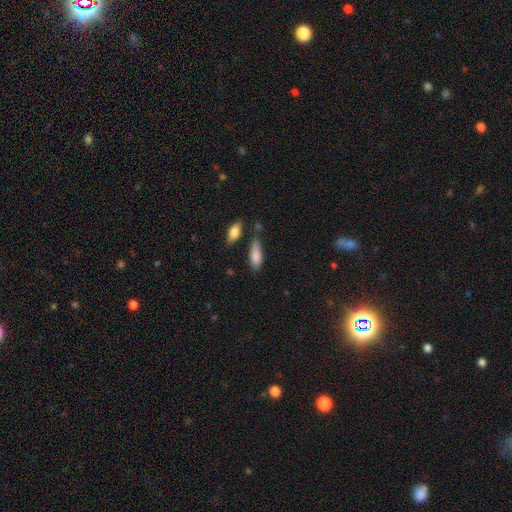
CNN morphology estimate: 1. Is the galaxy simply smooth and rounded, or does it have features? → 85% smooth, 9% featured or disk, 7% star or artifact.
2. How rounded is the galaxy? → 72% in between, 26% cigar-shaped, 2% round.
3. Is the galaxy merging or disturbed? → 60% none, 26% minor disturbance, 8% merger, 6% major disturbance.